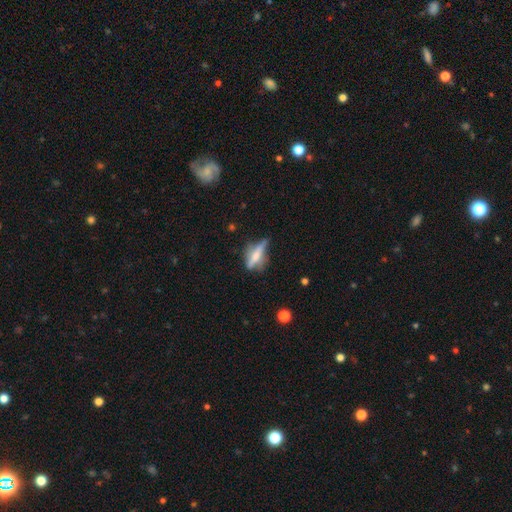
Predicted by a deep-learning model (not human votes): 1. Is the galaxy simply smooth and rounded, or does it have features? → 51% featured or disk, 39% smooth, 10% star or artifact.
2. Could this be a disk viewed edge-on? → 79% yes, 21% no.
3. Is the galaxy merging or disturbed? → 52% none, 26% minor disturbance, 17% major disturbance, 6% merger.